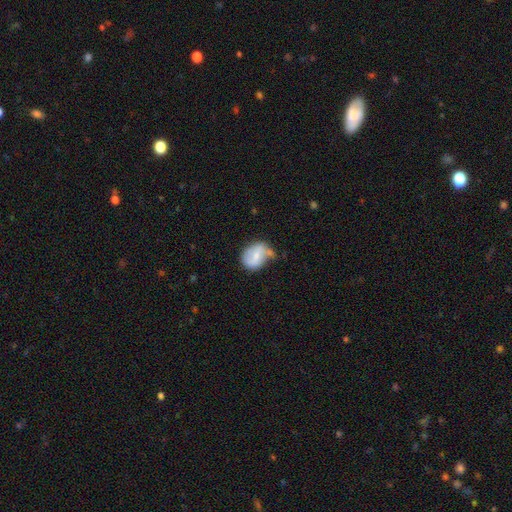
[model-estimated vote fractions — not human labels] Smooth or featured: smooth — 54% (featured or disk — 38%)
How rounded: in between — 54% (round — 44%)
Merging: none — 40% (minor disturbance — 36%)